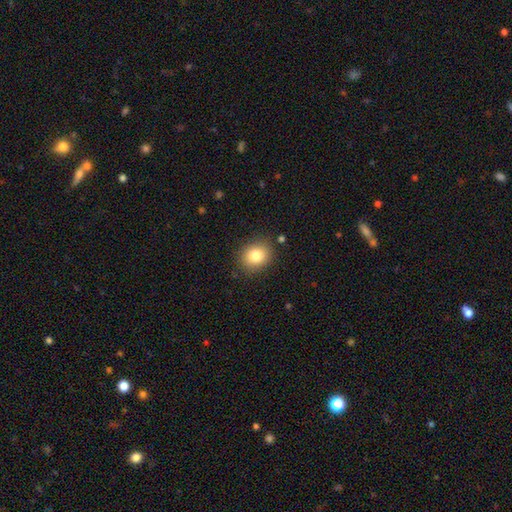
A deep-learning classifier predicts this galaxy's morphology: A smooth galaxy with no disk features (82%) that is round (63%). Merging: none (86%).